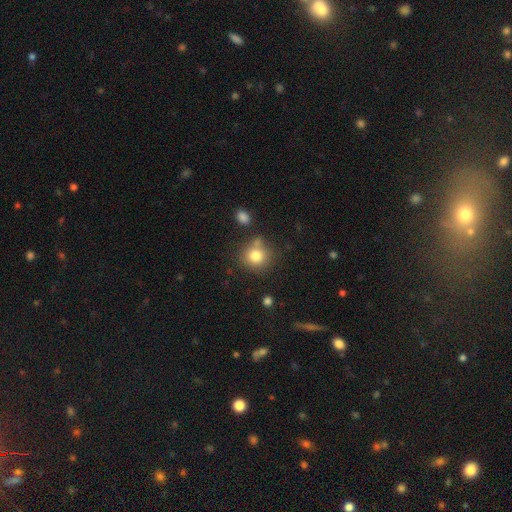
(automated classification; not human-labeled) smooth 80%, star or artifact 11%, featured or disk 9%. Down the decision tree: how rounded — round (87%); merging — none (70%).